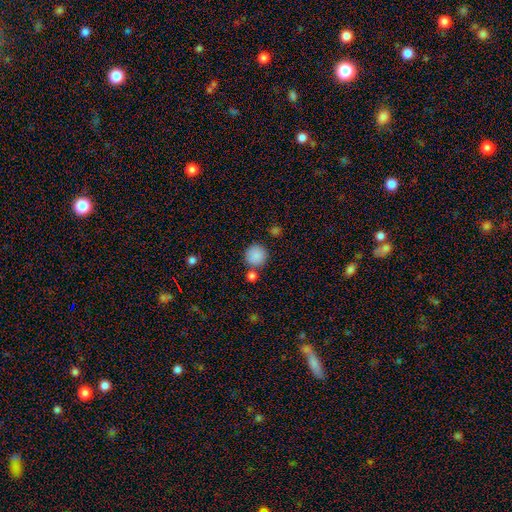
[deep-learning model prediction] Smooth or featured? smooth (88%)
How rounded? round (94%)
Merging? none (77%)